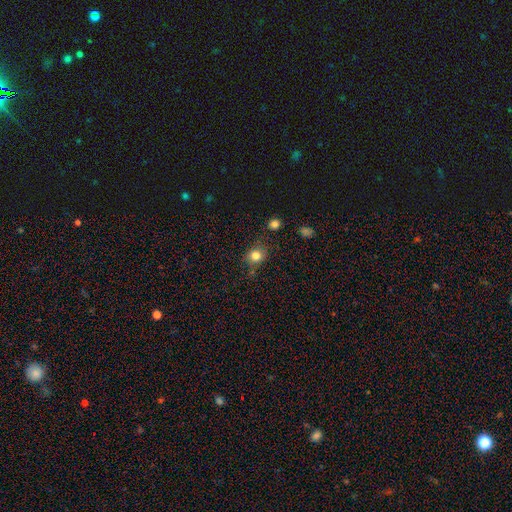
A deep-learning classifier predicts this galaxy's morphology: Smooth or featured?
  - smooth: 82% *
  - star or artifact: 12%
  - featured or disk: 7%
How rounded?
  - round: 73% *
  - in between: 26%
  - cigar-shaped: 1%
Merging?
  - none: 77% *
  - minor disturbance: 15%
  - merger: 4%
  - major disturbance: 4%